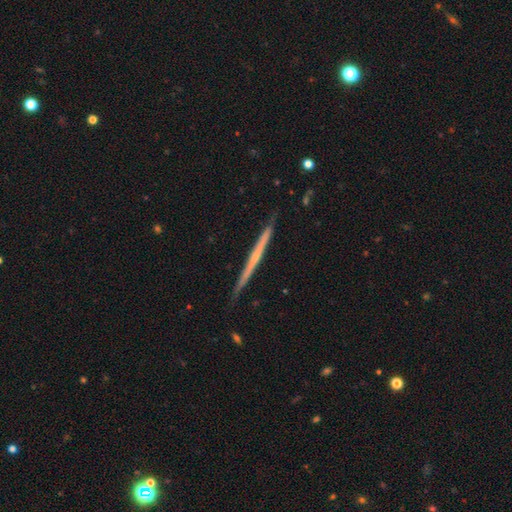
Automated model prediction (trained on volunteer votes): featured or disk 72%, smooth 22%, star or artifact 6%. Down the decision tree: edge-on disk — yes (98%); edge-on bulge — none (58%); merging — none (89%).